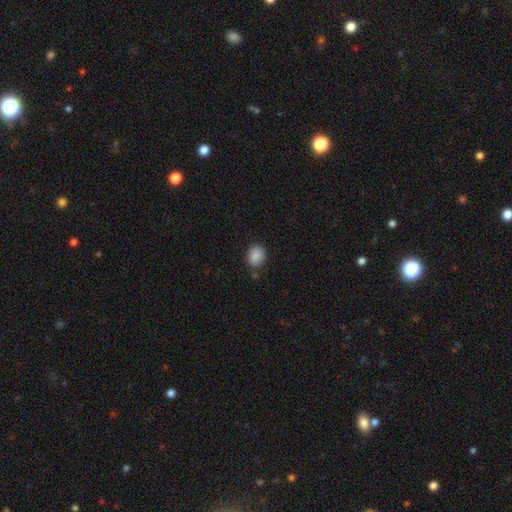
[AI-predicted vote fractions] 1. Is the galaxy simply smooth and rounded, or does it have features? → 88% smooth, 9% star or artifact, 3% featured or disk.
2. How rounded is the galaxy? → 57% in between, 42% round, 1% cigar-shaped.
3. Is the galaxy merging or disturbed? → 75% none, 17% minor disturbance, 4% major disturbance, 4% merger.